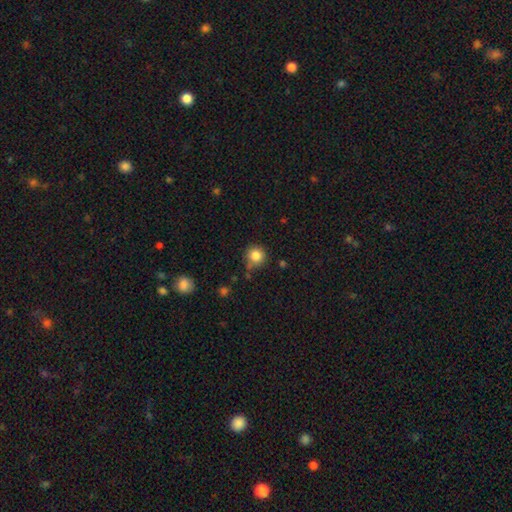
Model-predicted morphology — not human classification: The model was most divided on "merging": none: 75%, minor disturbance: 15%, merger: 5%, major disturbance: 4%. More confident: how rounded — round (94%); smooth or featured — smooth (84%).